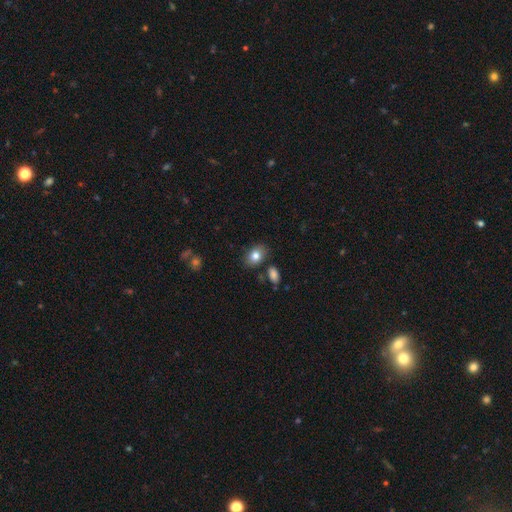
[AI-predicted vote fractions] Smooth or featured? smooth (82%)
How rounded? in between (79%)
Merging? none (79%)